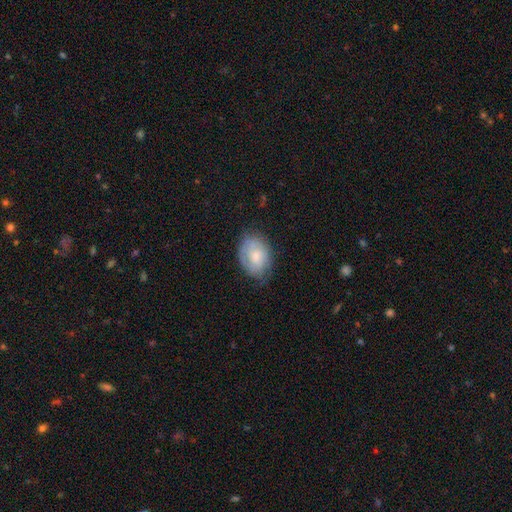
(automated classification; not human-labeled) This appears to be a featured or disk galaxy (48%). Merging: none (67%).